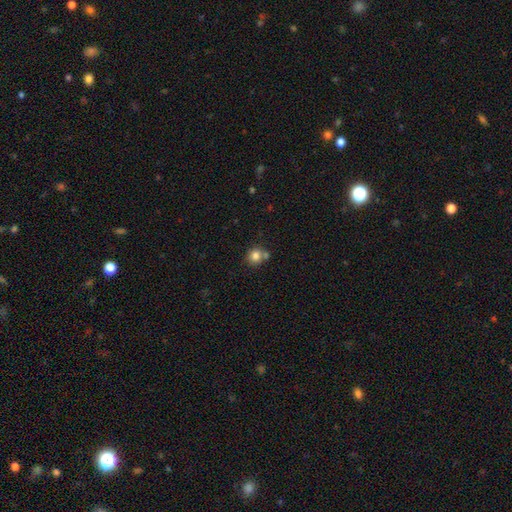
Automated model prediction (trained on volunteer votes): The model was most divided on "merging": none: 62%, merger: 25%, minor disturbance: 11%, major disturbance: 3%. More confident: how rounded — round (87%); smooth or featured — smooth (81%).